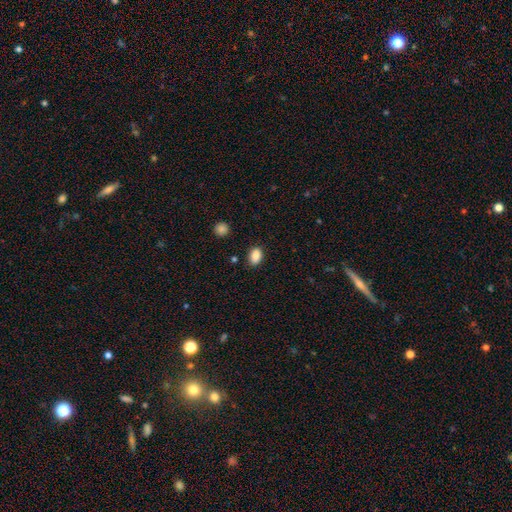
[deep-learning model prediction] A smooth galaxy with no disk features (88%) that is in between round and cigar-shaped (83%).

Vote fractions:
- Smooth or featured? smooth: 88% / star or artifact: 8% / featured or disk: 4%
- How rounded? in between: 83% / round: 15% / cigar-shaped: 1%
- Merging? none: 84% / minor disturbance: 11% / major disturbance: 3% / merger: 2%